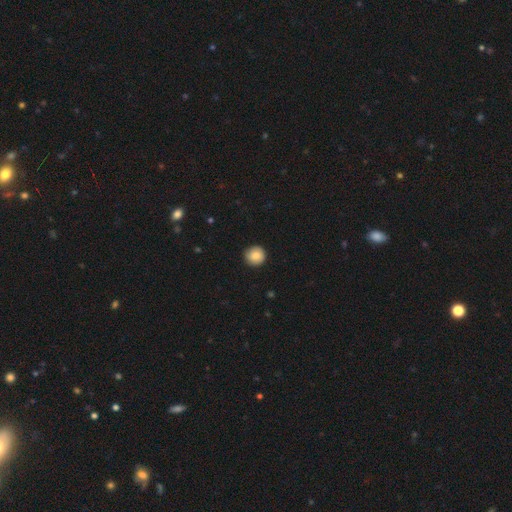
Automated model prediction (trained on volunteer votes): This is clearly a smooth galaxy (84%). How rounded: clearly round (95%). Merging: clearly none (89%).